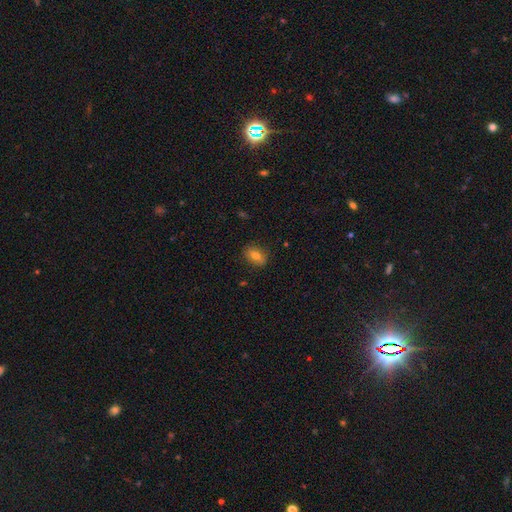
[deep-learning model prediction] Q: Smooth or featured?
A: smooth (75%); runner-up: featured or disk (16%)
Q: How rounded?
A: in between (75%); runner-up: round (23%)
Q: Merging?
A: none (84%); runner-up: minor disturbance (12%)